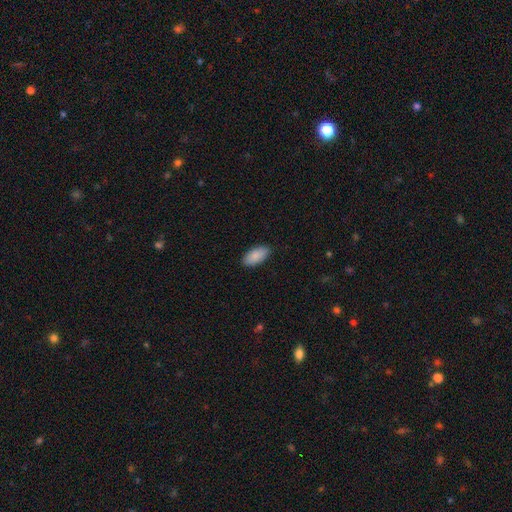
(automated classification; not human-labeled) This is clearly a smooth galaxy (89%). How rounded: clearly in between (92%). Merging: clearly none (88%).